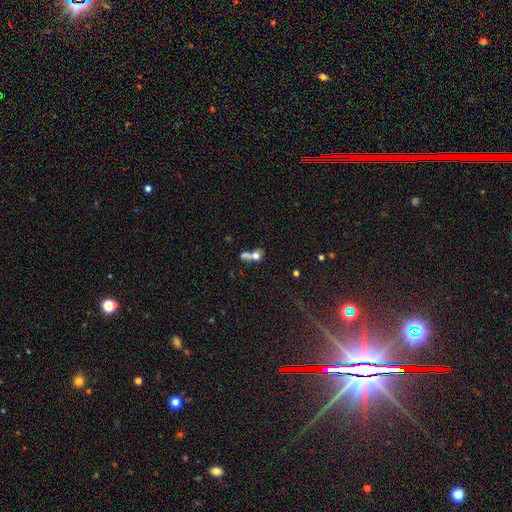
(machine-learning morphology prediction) This is likely a smooth galaxy (64%). How rounded: possibly round (52%). Merging: likely merger (61%).